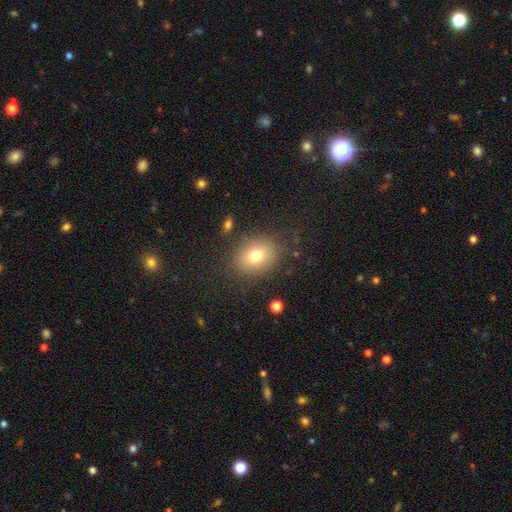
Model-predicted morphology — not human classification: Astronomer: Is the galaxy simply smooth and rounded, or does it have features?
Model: smooth — 75%.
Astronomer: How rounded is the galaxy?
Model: in between — 61% (runner-up: round, 38%).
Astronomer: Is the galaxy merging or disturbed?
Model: none — 82%.